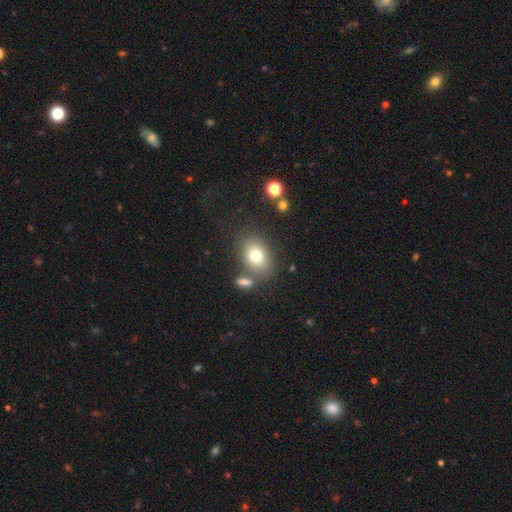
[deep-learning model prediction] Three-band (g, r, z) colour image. It shows a smooth galaxy with no disk features (75%) that is in between round and cigar-shaped (70%). Merging: none (72%).